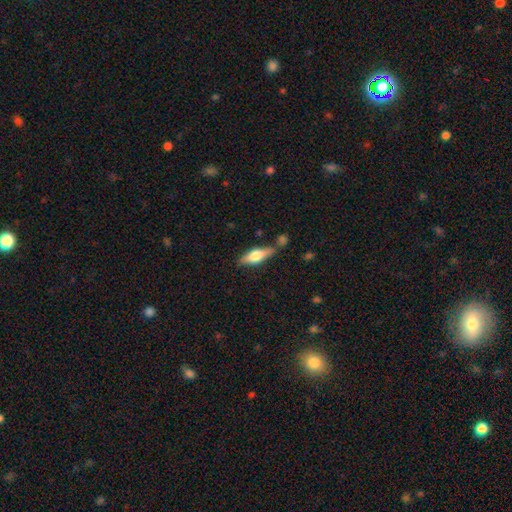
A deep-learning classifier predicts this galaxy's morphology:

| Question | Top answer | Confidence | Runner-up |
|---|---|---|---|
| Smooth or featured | featured or disk | 48% | smooth (46%) |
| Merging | none | 71% | minor disturbance (15%) |